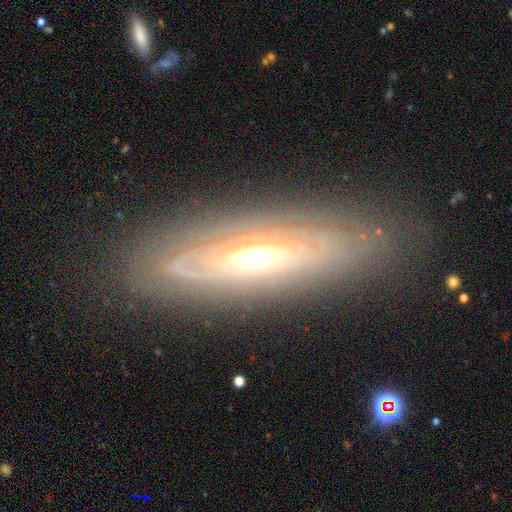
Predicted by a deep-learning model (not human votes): Smooth or featured?
  - featured or disk: 77% *
  - smooth: 16%
  - star or artifact: 7%
Edge-on disk?
  - no: 68% *
  - yes: 32%
Bar?
  - no: 66% *
  - weak: 22%
  - strong: 12%
Spiral arms?
  - yes: 61% *
  - no: 39%
Bulge size?
  - moderate: 63% *
  - small: 26%
  - large: 9%
  - dominant: 2%
  - none: 1%
Merging?
  - none: 79% *
  - minor disturbance: 14%
  - major disturbance: 5%
  - merger: 1%